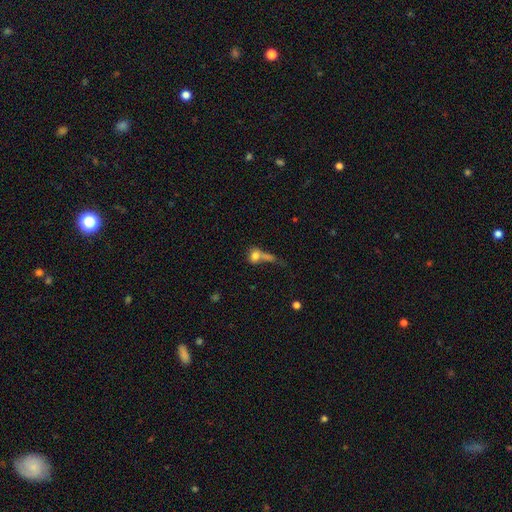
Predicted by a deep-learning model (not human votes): This appears to be a smooth galaxy with no disk features (72%) that is round (56%). Merging: merger (47%).